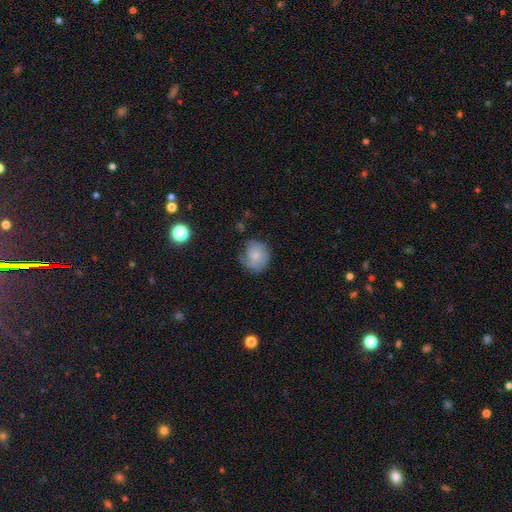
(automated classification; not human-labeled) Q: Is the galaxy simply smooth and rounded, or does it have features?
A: smooth — 58%.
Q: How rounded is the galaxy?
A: round — 76%.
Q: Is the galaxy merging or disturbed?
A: none — 50%.